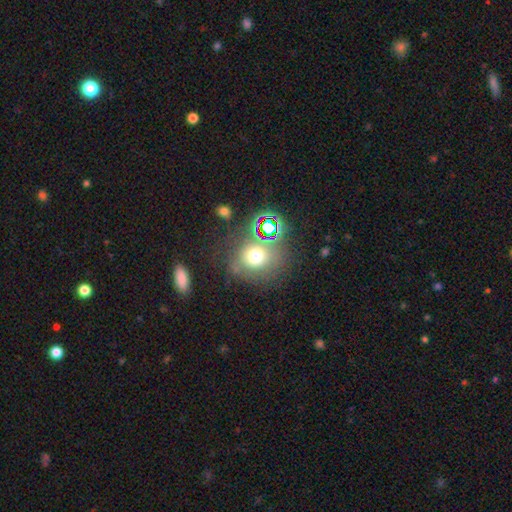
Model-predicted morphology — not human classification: Smooth or featured? Predicted: smooth (p=0.60). How rounded? Predicted: round (p=0.82). Merging? Predicted: none (p=0.63).